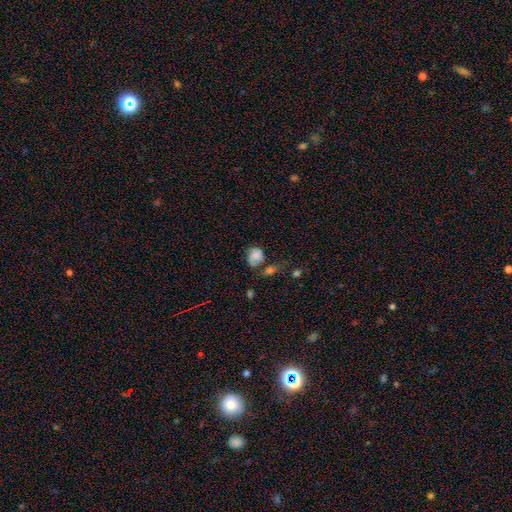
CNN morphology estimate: Smooth or featured: smooth — 74% (featured or disk — 16%)
How rounded: round — 57% (in between — 41%)
Merging: none — 40% (minor disturbance — 29%)